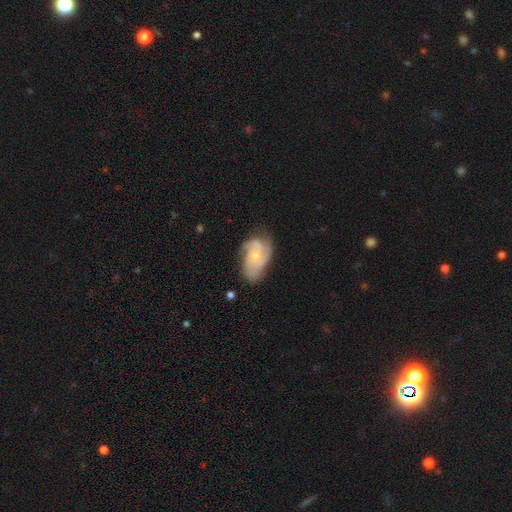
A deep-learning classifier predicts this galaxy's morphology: type=featured or disk (75%); edge-on=no (97%); bar=no (75%); spiral arms=yes (93%); winding=tight (43%, tied with medium); arm count=3 (43%); bulge=small (70%); merging=none (58%).